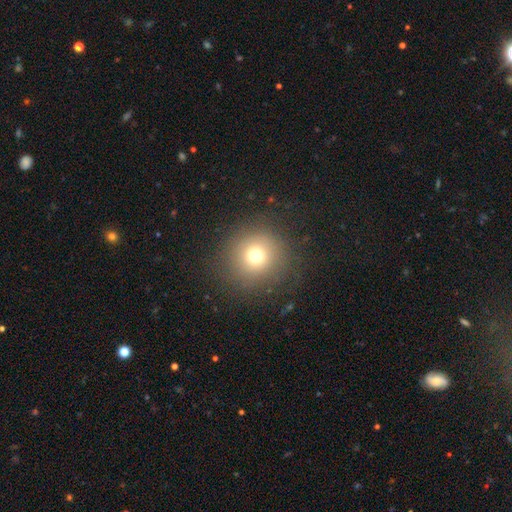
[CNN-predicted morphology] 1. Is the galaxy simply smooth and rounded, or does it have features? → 72% smooth, 17% star or artifact, 11% featured or disk.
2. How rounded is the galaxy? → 93% round, 6% in between, 1% cigar-shaped.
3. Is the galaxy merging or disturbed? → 85% none, 8% minor disturbance, 5% major disturbance, 1% merger.